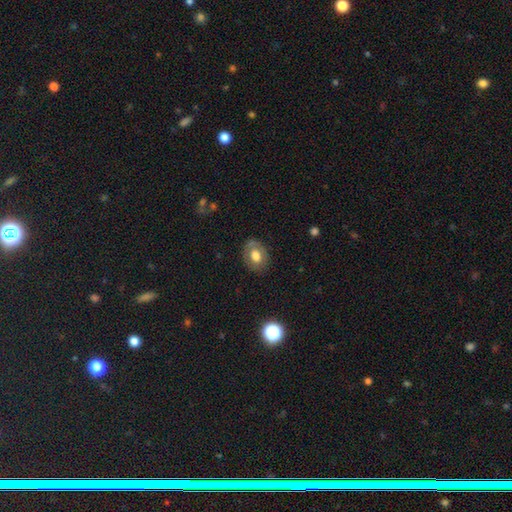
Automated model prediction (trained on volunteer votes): Smooth or featured?
  - smooth: 62% *
  - featured or disk: 30%
  - star or artifact: 9%
How rounded?
  - in between: 64% *
  - round: 35%
  - cigar-shaped: 1%
Merging?
  - none: 77% *
  - minor disturbance: 16%
  - major disturbance: 6%
  - merger: 1%